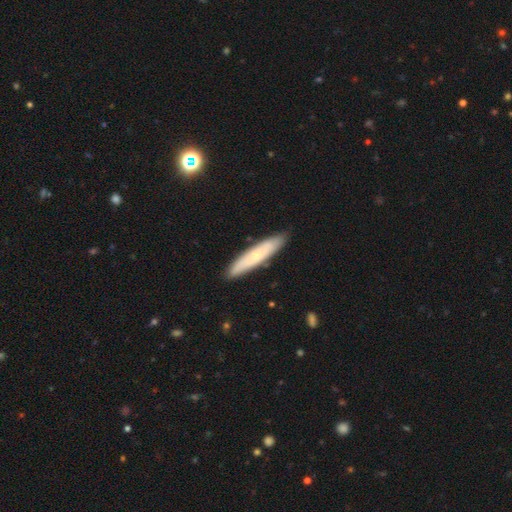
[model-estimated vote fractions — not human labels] Overall: smooth (65%; featured or disk 29%). How rounded: cigar-shaped (88%). Merging: none (87%).